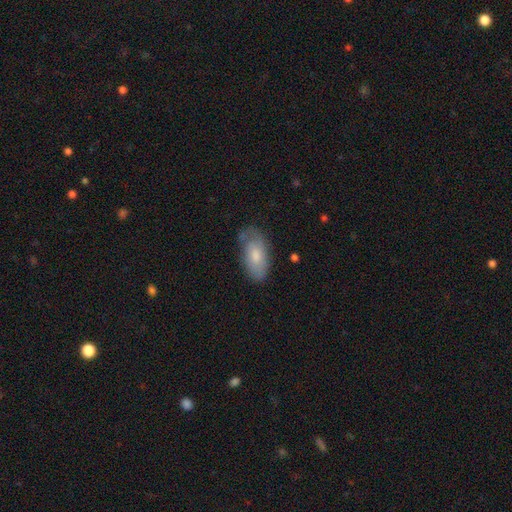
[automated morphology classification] smooth_or_featured: smooth (p=0.69) [alt: featured or disk p=0.25]
how_rounded: in between (p=0.93) [alt: cigar-shaped p=0.04]
merging: none (p=0.63) [alt: minor disturbance p=0.27]